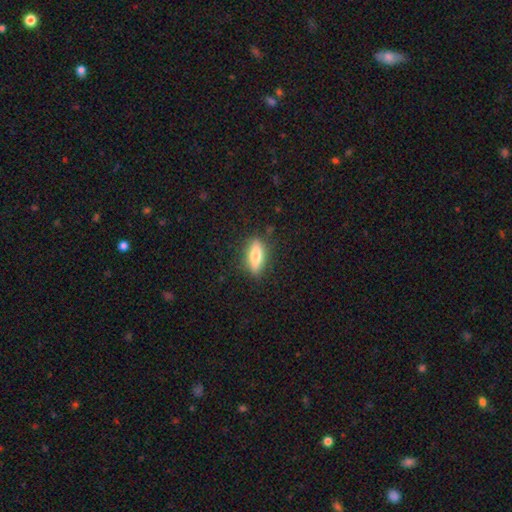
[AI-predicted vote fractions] This appears to be a smooth galaxy with no disk features (67%) that is in between round and cigar-shaped (59%). Merging: none (84%).